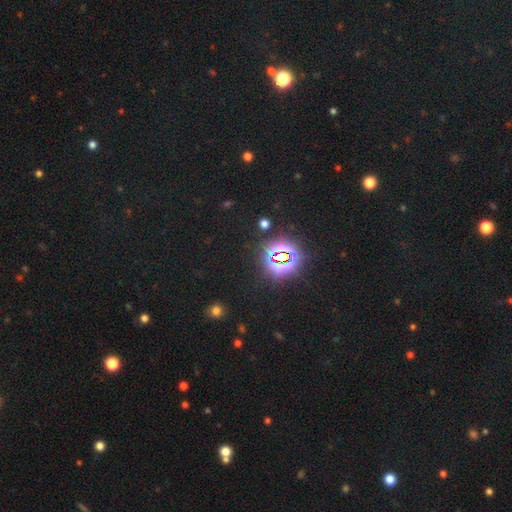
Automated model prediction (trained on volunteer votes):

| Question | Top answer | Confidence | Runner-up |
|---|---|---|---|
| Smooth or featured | star or artifact | 75% | smooth (19%) |